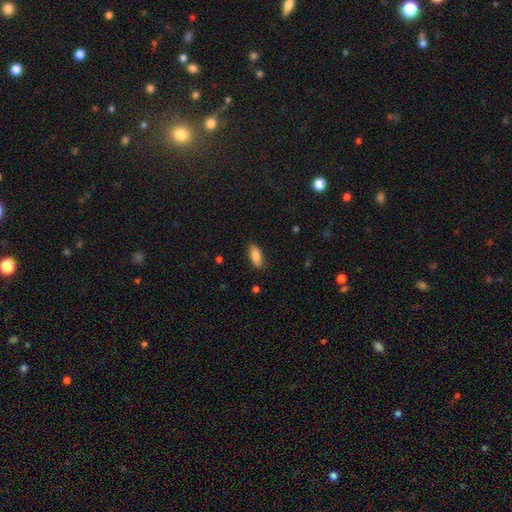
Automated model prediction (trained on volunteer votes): This is clearly a smooth galaxy (84%). How rounded: likely in between (80%). Merging: clearly none (85%).